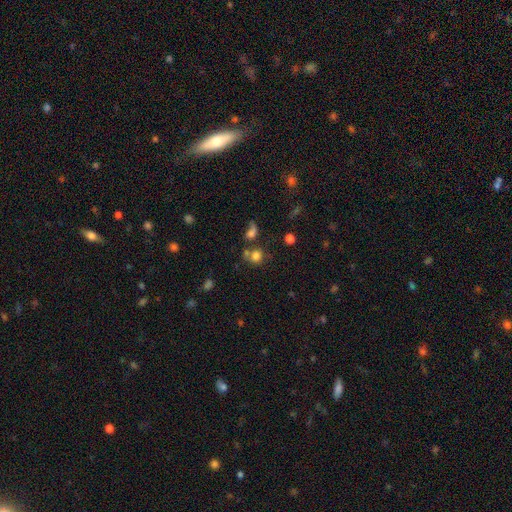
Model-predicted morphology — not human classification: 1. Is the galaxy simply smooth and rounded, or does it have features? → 75% smooth, 14% star or artifact, 11% featured or disk.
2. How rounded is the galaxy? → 78% round, 21% in between, 1% cigar-shaped.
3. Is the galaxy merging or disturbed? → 47% none, 31% merger, 13% minor disturbance, 9% major disturbance.